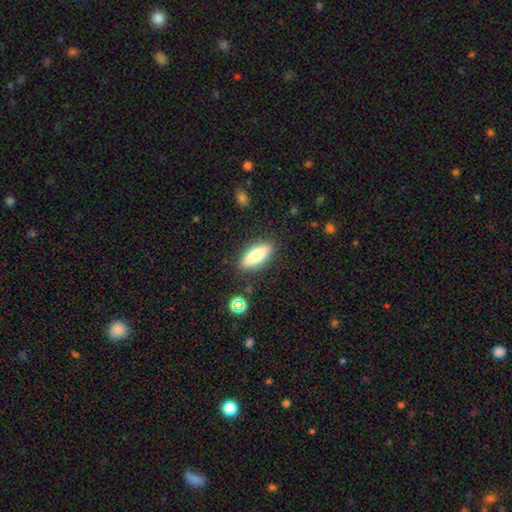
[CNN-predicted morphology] Smooth or featured? smooth (73%)
How rounded? in between (62%)
Merging? none (85%)